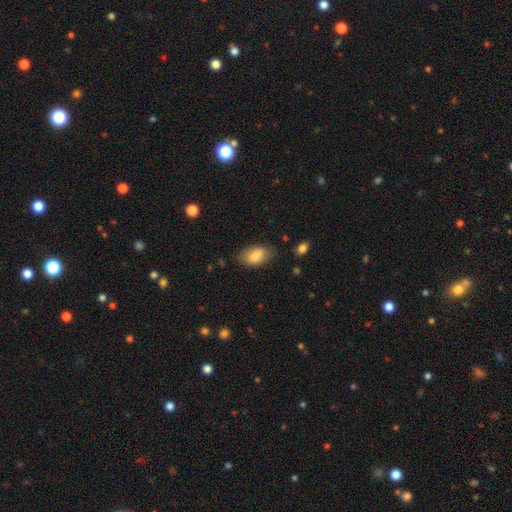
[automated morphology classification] Smooth or featured?
  - smooth: 83% *
  - featured or disk: 10%
  - star or artifact: 7%
How rounded?
  - in between: 92% *
  - round: 5%
  - cigar-shaped: 3%
Merging?
  - none: 74% *
  - minor disturbance: 19%
  - major disturbance: 5%
  - merger: 2%